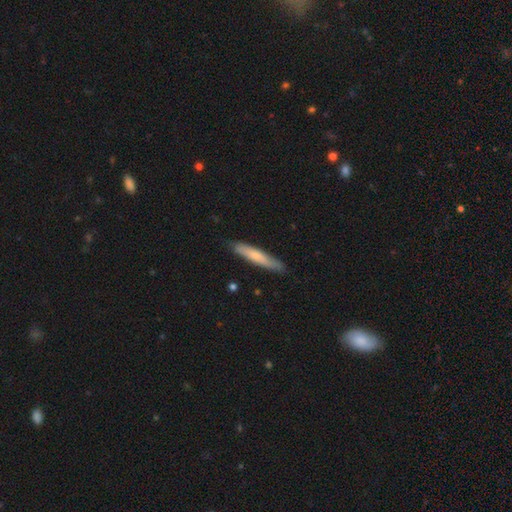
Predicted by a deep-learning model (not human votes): Smooth or featured: smooth — 67% (featured or disk — 28%)
How rounded: cigar-shaped — 92% (in between — 7%)
Merging: none — 85% (minor disturbance — 12%)